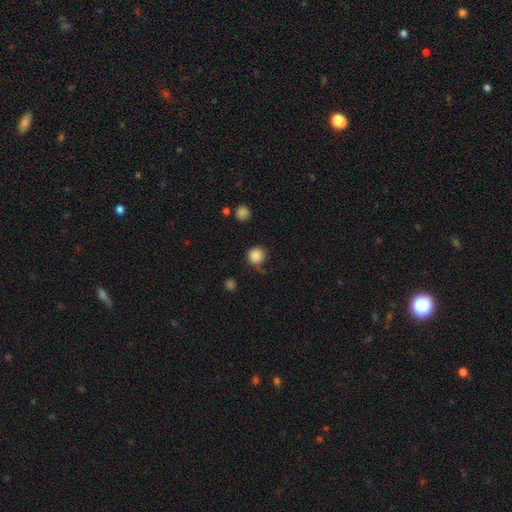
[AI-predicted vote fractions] Smooth or featured?
  - smooth: 86% *
  - star or artifact: 10%
  - featured or disk: 3%
How rounded?
  - round: 93% *
  - in between: 6%
  - cigar-shaped: 1%
Merging?
  - none: 73% *
  - minor disturbance: 17%
  - major disturbance: 6%
  - merger: 4%